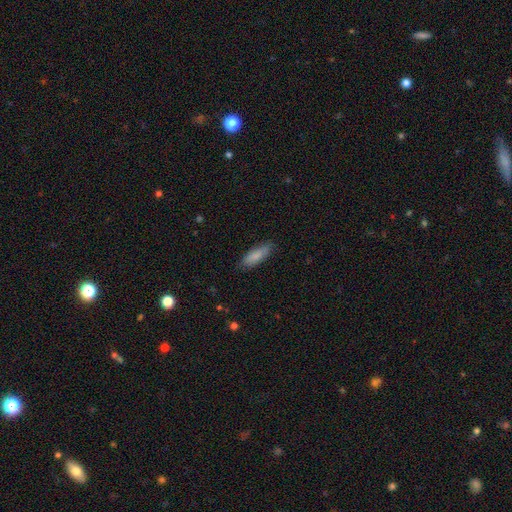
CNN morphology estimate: Smooth or featured? Predicted: smooth (p=0.84). How rounded? Predicted: in between (p=0.58). Merging? Predicted: none (p=0.80).